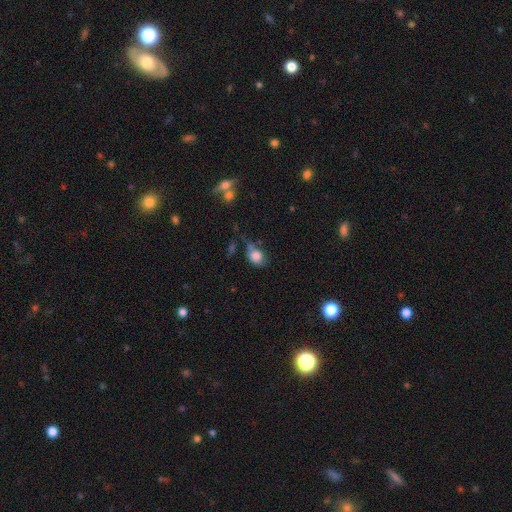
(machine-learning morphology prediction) smooth_or_featured: smooth (p=0.80) [alt: featured or disk p=0.10]
how_rounded: in between (p=0.53) [alt: round p=0.45]
merging: none (p=0.38) [alt: minor disturbance p=0.30]